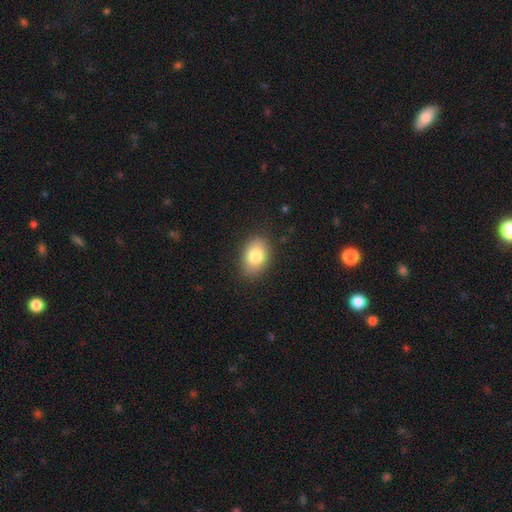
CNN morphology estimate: type=smooth (82%); roundness=in between (82%); merging=none (85%).